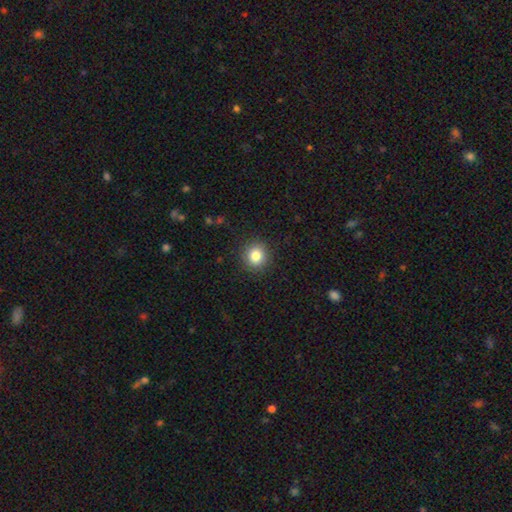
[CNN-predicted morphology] Overall: smooth (83%). How rounded: round (89%). Merging: none (90%).